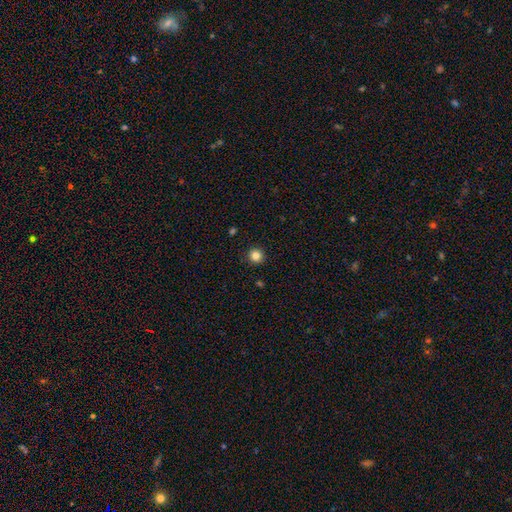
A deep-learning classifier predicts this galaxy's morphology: The model was most divided on "smooth or featured": smooth: 84%, star or artifact: 12%, featured or disk: 4%. More confident: how rounded — round (94%); merging — none (93%).